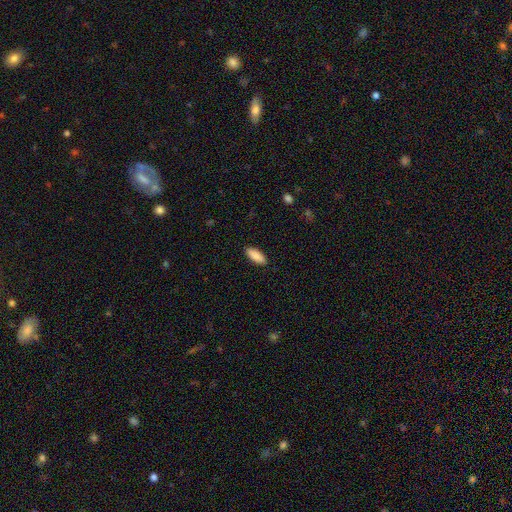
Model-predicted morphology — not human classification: Smooth or featured? Predicted: smooth (p=0.89). How rounded? Predicted: in between (p=0.78). Merging? Predicted: none (p=0.90).